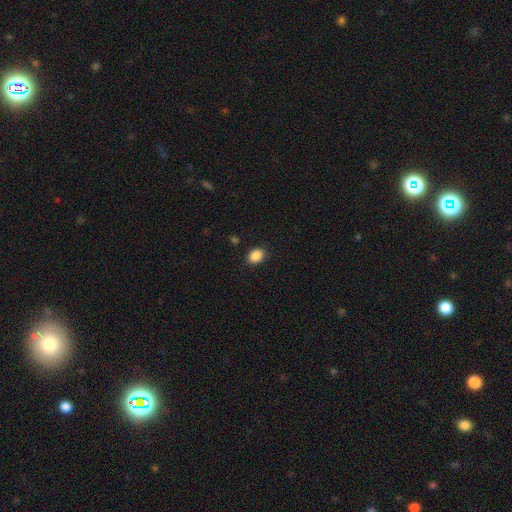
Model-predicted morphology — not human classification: Smooth or featured: smooth — 88% (star or artifact — 9%)
How rounded: in between — 59% (round — 40%)
Merging: none — 86% (minor disturbance — 10%)